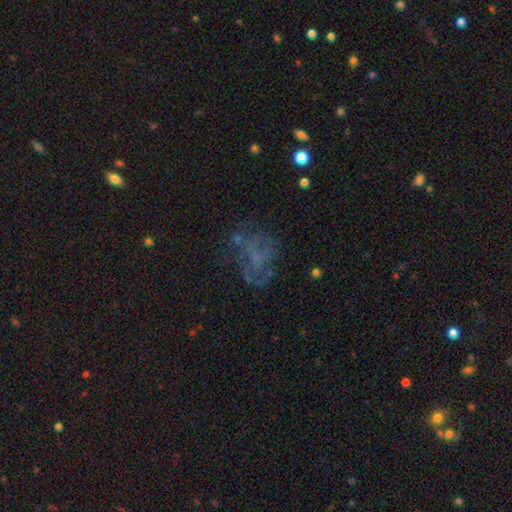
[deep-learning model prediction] A featured or disk galaxy (51%).

Vote fractions:
- Smooth or featured? featured or disk: 51% / smooth: 25% / star or artifact: 24%
- Edge-on disk? no: 97% / yes: 3%
- Merging? none: 47% / major disturbance: 31% / minor disturbance: 18% / merger: 4%